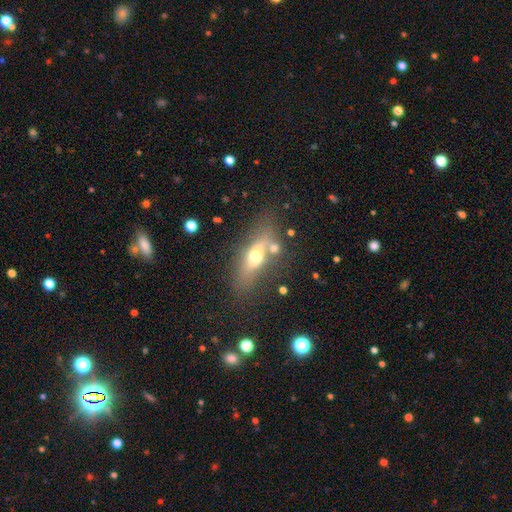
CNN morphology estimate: type=smooth (52%); roundness=in between (57%); merging=none (61%).